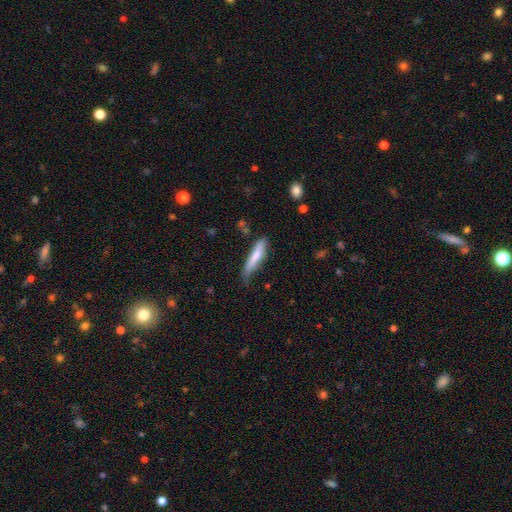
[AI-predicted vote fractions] smooth 71%, featured or disk 23%, star or artifact 6%. Down the decision tree: how rounded — cigar-shaped (86%); merging — none (54%).